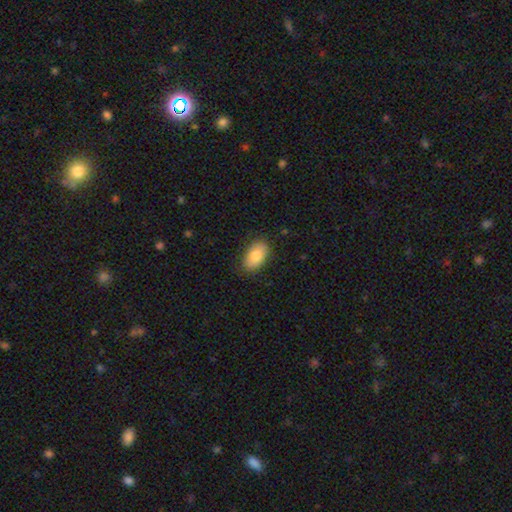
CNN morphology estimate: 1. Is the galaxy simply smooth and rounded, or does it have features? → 80% smooth, 13% featured or disk, 7% star or artifact.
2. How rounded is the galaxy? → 92% in between, 6% round, 2% cigar-shaped.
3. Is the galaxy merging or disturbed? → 83% none, 13% minor disturbance, 3% major disturbance, 1% merger.